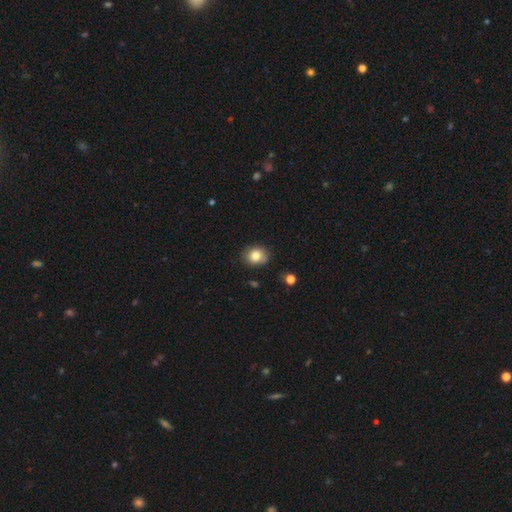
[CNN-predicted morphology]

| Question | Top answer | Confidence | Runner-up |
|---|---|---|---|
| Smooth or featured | smooth | 82% | star or artifact (10%) |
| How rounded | round | 64% | in between (35%) |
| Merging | none | 81% | minor disturbance (14%) |